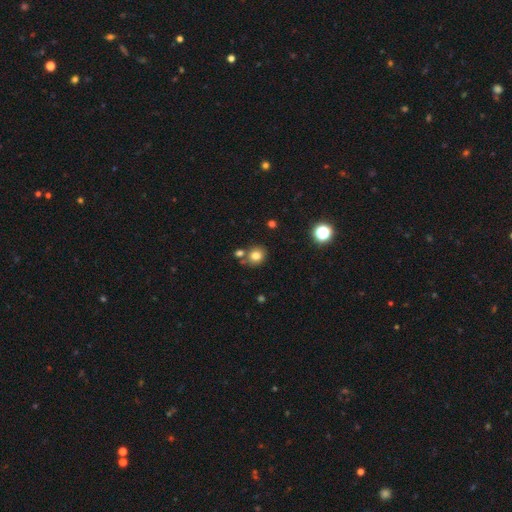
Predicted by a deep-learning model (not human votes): Smooth or featured: smooth — 79% (star or artifact — 13%)
How rounded: round — 78% (in between — 21%)
Merging: none — 69% (merger — 16%)